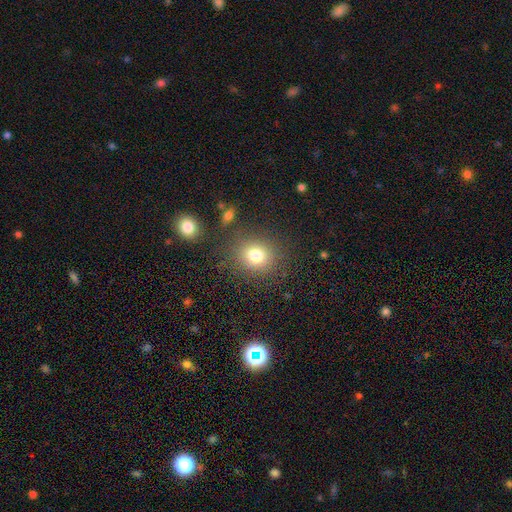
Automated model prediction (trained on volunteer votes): This appears to be a smooth galaxy with no disk features (80%) that is round (78%). Merging: none (83%).